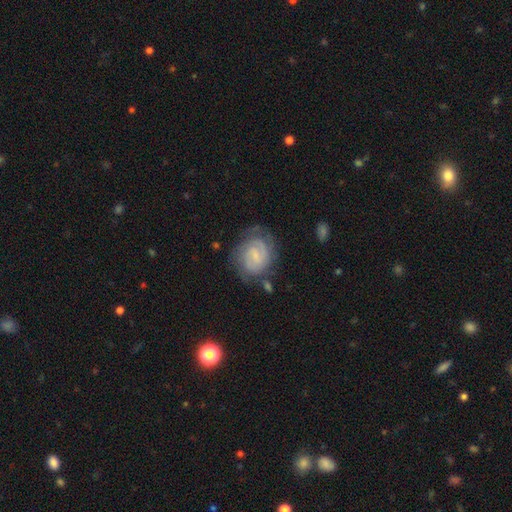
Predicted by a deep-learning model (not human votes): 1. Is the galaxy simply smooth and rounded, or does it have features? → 68% featured or disk, 25% smooth, 8% star or artifact.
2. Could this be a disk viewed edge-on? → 98% no, 2% yes.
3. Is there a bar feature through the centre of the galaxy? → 54% weak, 34% no, 13% strong.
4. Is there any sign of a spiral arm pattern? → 89% yes, 11% no.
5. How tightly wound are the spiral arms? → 60% tight, 31% medium, 9% loose.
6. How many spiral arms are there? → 51% 2, 29% can't tell, 9% 3, 6% 1, 3% 4, 2% more than 4.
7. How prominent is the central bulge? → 61% small, 20% none, 15% moderate, 2% large, 1% dominant.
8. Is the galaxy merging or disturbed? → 67% none, 20% minor disturbance, 10% major disturbance, 3% merger.